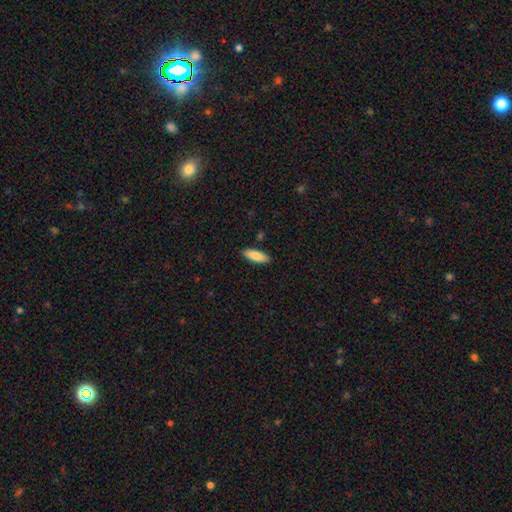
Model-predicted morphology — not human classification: Q: Smooth or featured?
A: smooth (87%); runner-up: featured or disk (7%)
Q: How rounded?
A: in between (64%); runner-up: cigar-shaped (34%)
Q: Merging?
A: none (88%); runner-up: minor disturbance (9%)